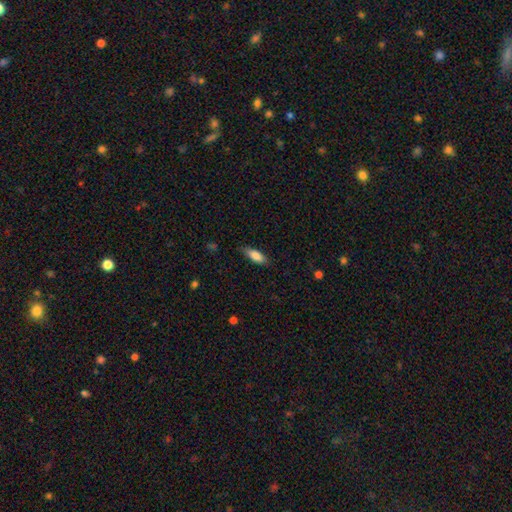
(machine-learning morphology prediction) Smooth or featured? Predicted: smooth (p=0.82). How rounded? Predicted: in between (p=0.69). Merging? Predicted: none (p=0.77).